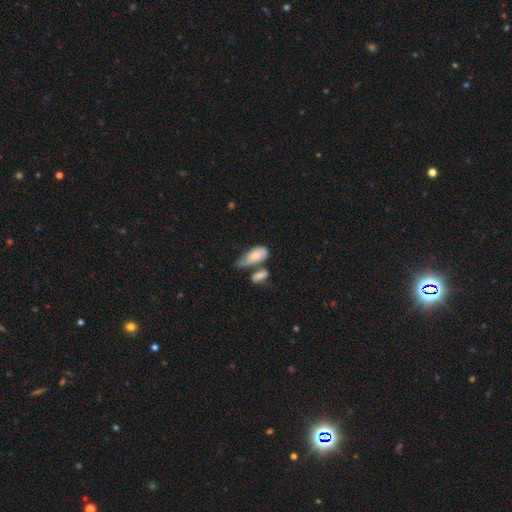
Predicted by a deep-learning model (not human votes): Overall: smooth (75%). How rounded: in between (86%). Merging: merger (41%; minor disturbance 23%).